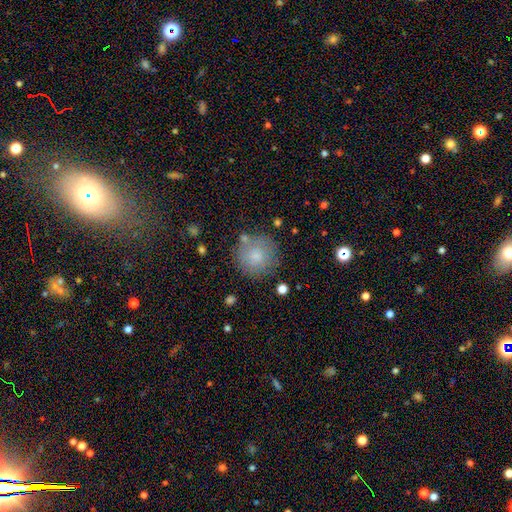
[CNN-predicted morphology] This is likely a smooth galaxy (77%). How rounded: clearly round (94%). Merging: likely none (77%).